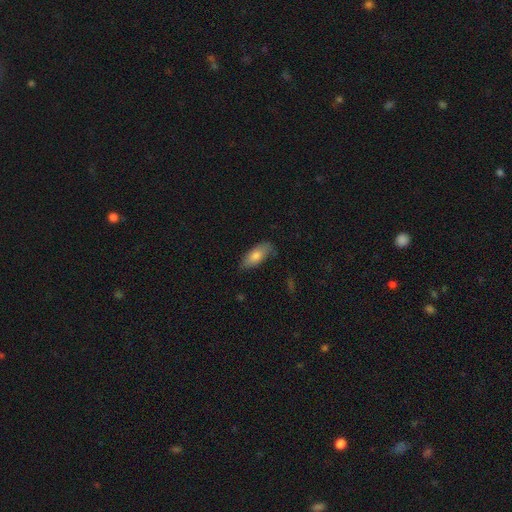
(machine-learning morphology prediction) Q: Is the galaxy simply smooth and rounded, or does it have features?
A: smooth — 77%.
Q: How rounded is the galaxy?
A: in between — 84%.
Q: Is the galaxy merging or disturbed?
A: none — 73%.